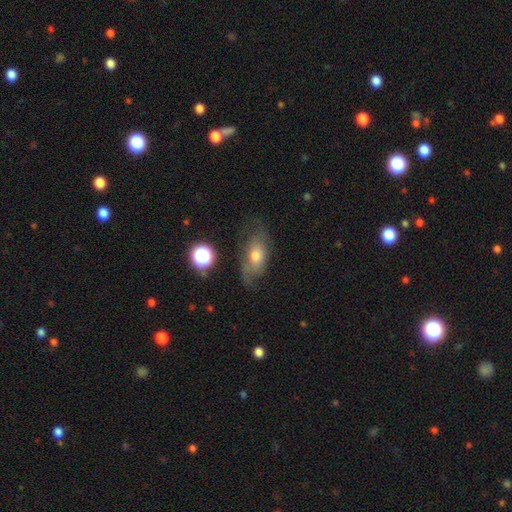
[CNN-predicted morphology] Smooth or featured?
  - smooth: 52% *
  - featured or disk: 36%
  - star or artifact: 12%
How rounded?
  - in between: 82% *
  - round: 10%
  - cigar-shaped: 7%
Merging?
  - none: 57% *
  - minor disturbance: 25%
  - major disturbance: 15%
  - merger: 2%